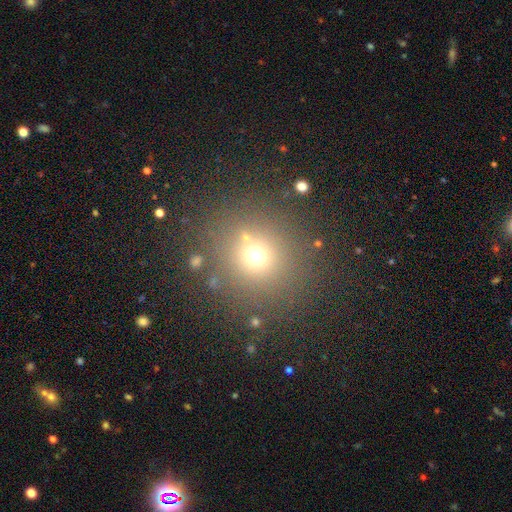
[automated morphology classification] Smooth or featured: smooth — 65% (star or artifact — 25%)
How rounded: round — 90% (in between — 9%)
Merging: none — 81% (minor disturbance — 8%)